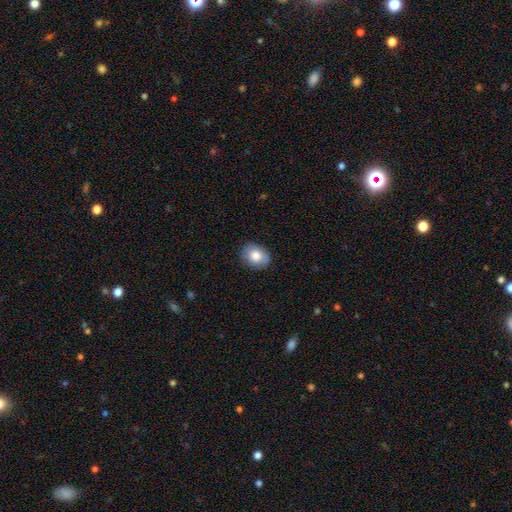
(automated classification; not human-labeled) Morphology: type=smooth (80%); roundness=in between (51%); merging=none (85%).